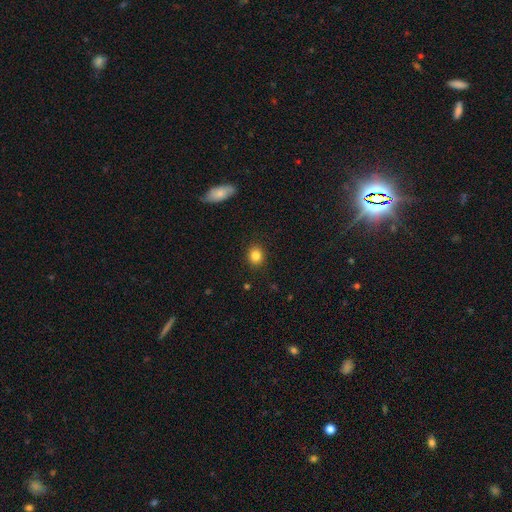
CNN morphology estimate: smooth 84%, star or artifact 11%, featured or disk 6%. Down the decision tree: how rounded — round (74%); merging — none (90%).